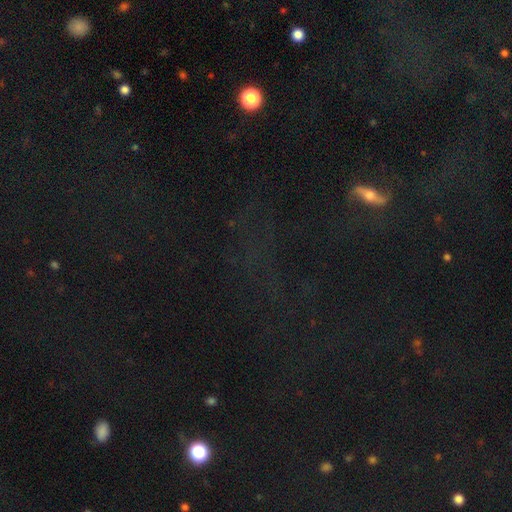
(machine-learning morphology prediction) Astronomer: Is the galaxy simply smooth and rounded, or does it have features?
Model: star or artifact — 65%.